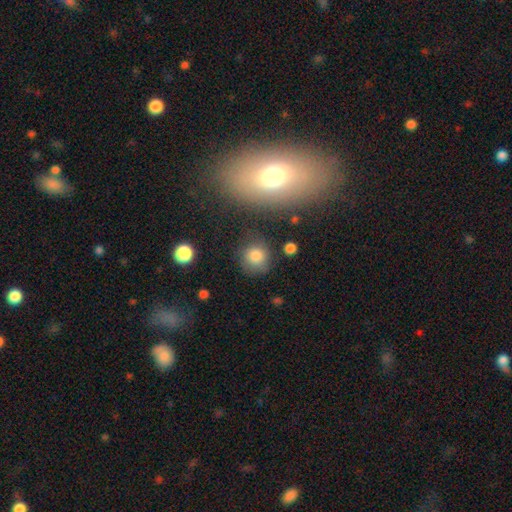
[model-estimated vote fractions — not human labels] Q: Smooth or featured?
A: smooth (80%); runner-up: star or artifact (12%)
Q: How rounded?
A: round (88%); runner-up: in between (10%)
Q: Merging?
A: none (76%); runner-up: minor disturbance (14%)